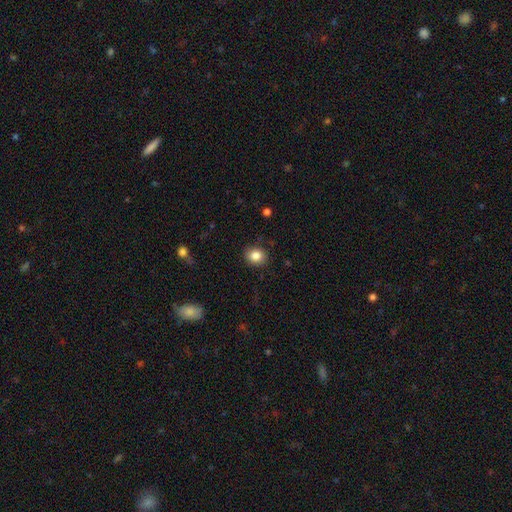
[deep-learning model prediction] smooth-or-featured: smooth: 85% | star or artifact: 9% | featured or disk: 5%
  how-rounded: round: 69% | in between: 30% | cigar-shaped: 1%
  merging: none: 88% | minor disturbance: 9% | major disturbance: 2% | merger: 1%